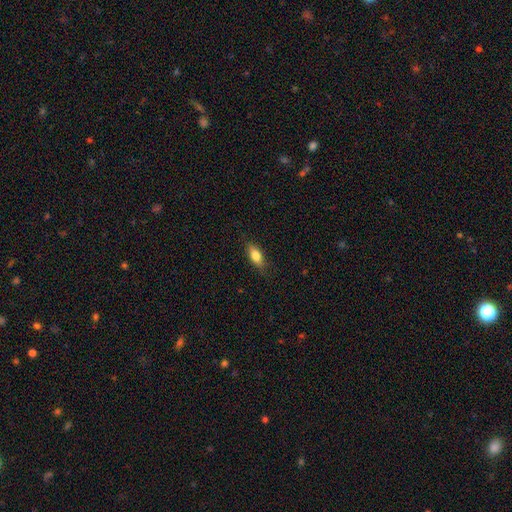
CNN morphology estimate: Q: Smooth or featured?
A: smooth (79%); runner-up: featured or disk (14%)
Q: How rounded?
A: in between (78%); runner-up: cigar-shaped (17%)
Q: Merging?
A: none (81%); runner-up: minor disturbance (15%)